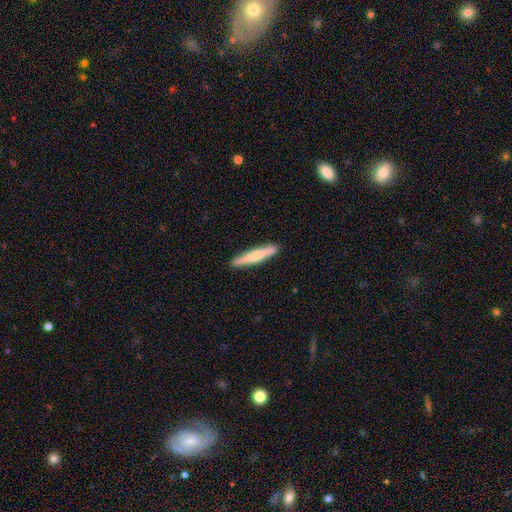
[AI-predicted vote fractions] Smooth or featured? Predicted: smooth (p=0.62). How rounded? Predicted: cigar-shaped (p=0.94). Merging? Predicted: none (p=0.90).